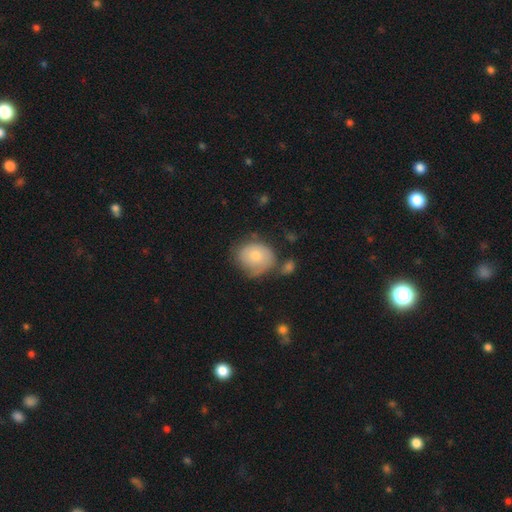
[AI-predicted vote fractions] Smooth or featured: smooth — 72% (featured or disk — 21%)
How rounded: round — 70% (in between — 29%)
Merging: none — 47% (minor disturbance — 29%)